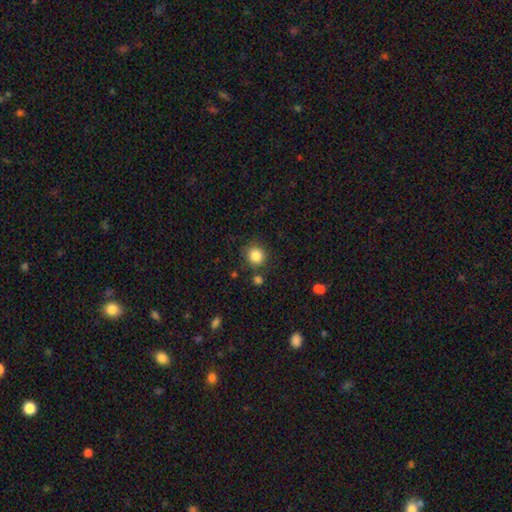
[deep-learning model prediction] This appears to be a smooth galaxy with no disk features (85%) that is round (88%). Merging: none (80%).